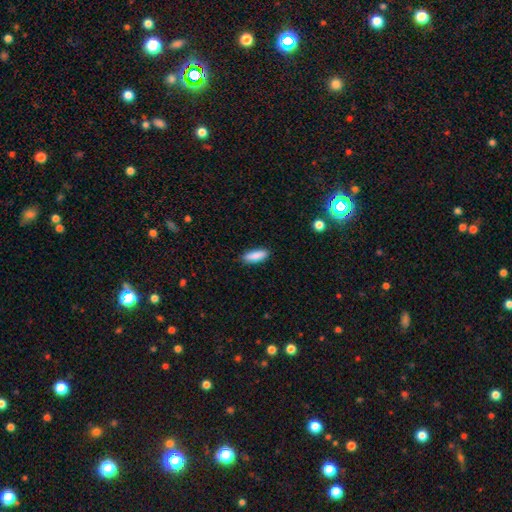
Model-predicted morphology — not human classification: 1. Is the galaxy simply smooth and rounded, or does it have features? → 89% smooth, 6% star or artifact, 5% featured or disk.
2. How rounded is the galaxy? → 64% in between, 34% cigar-shaped, 2% round.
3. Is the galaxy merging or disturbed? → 88% none, 9% minor disturbance, 2% major disturbance, 1% merger.